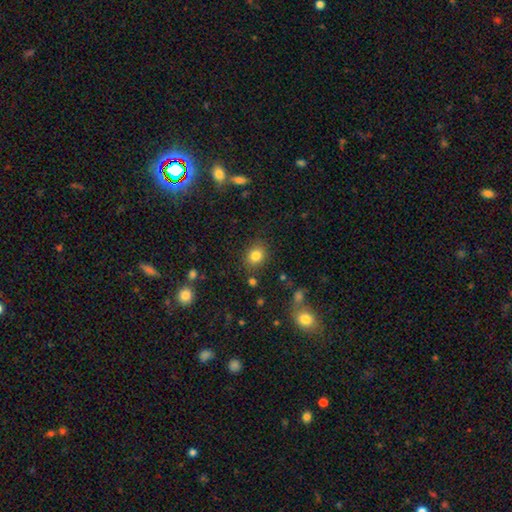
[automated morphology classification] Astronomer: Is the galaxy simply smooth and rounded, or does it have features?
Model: smooth — 82%.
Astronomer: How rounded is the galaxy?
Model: round — 55% (runner-up: in between, 44%).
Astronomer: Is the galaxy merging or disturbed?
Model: none — 83%.